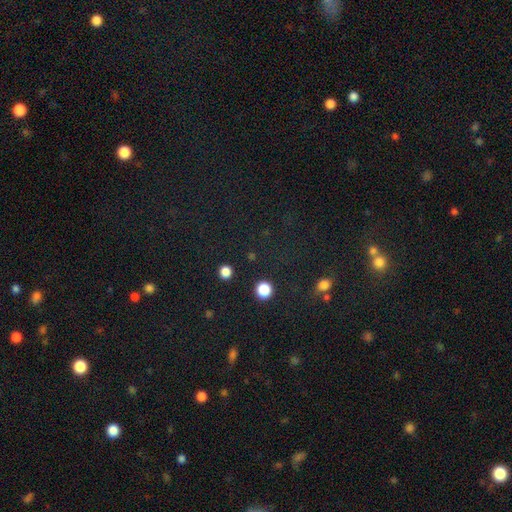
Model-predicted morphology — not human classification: Smooth or featured: star or artifact — 64% (smooth — 27%)